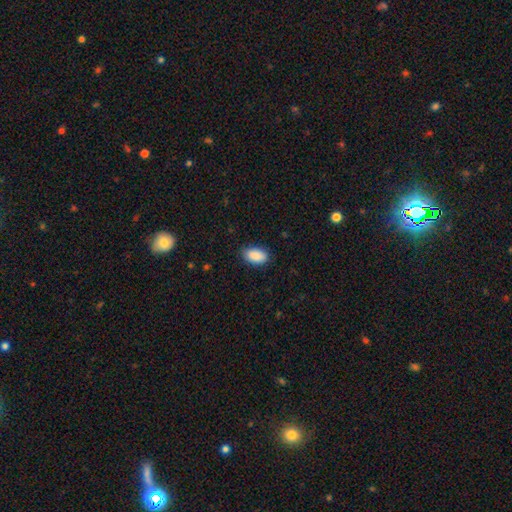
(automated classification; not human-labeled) Overall: smooth (91%). How rounded: in between (94%). Merging: none (85%).